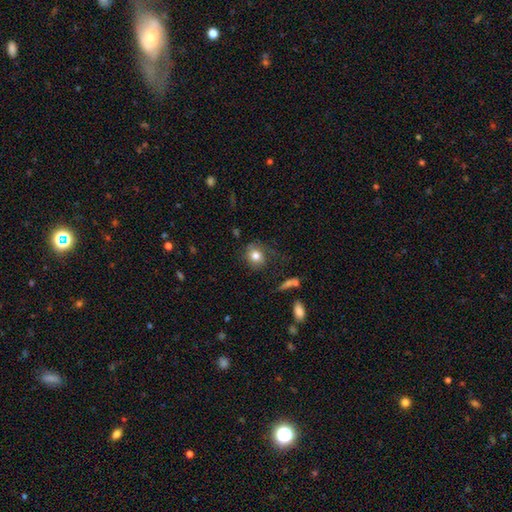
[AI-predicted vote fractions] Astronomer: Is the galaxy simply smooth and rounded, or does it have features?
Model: smooth — 78%.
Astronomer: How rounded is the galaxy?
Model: round — 64%.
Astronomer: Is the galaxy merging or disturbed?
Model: none — 60%.